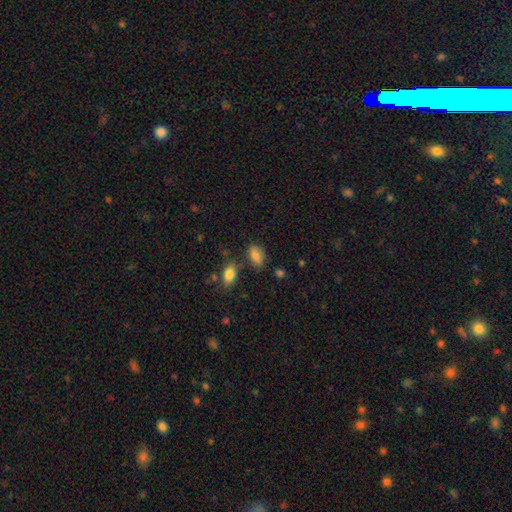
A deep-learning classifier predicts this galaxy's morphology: smooth_or_featured: smooth (p=0.82) [alt: featured or disk p=0.09]
how_rounded: in between (p=0.89) [alt: round p=0.09]
merging: none (p=0.73) [alt: minor disturbance p=0.16]